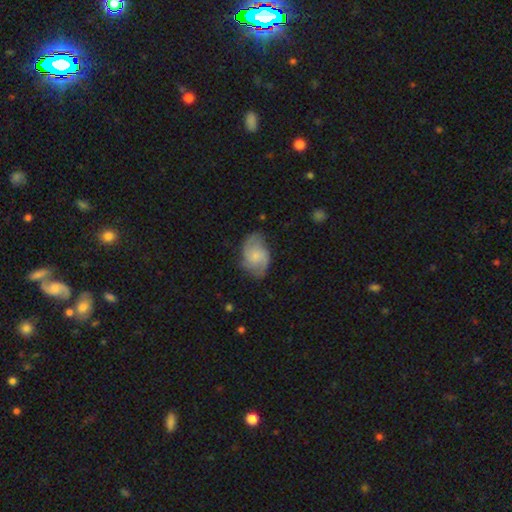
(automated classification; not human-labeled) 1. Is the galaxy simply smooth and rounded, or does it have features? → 64% featured or disk, 29% smooth, 7% star or artifact.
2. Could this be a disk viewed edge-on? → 97% no, 3% yes.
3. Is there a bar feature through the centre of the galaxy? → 65% no, 31% weak, 4% strong.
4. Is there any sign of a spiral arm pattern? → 92% yes, 8% no.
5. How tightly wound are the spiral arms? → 48% medium, 26% tight, 26% loose.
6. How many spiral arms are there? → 51% 2, 19% 3, 17% can't tell, 5% 4, 4% 1, 3% more than 4.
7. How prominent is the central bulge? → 48% small, 25% moderate, 21% none, 4% large, 1% dominant.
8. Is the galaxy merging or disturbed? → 67% none, 23% minor disturbance, 9% major disturbance, 1% merger.